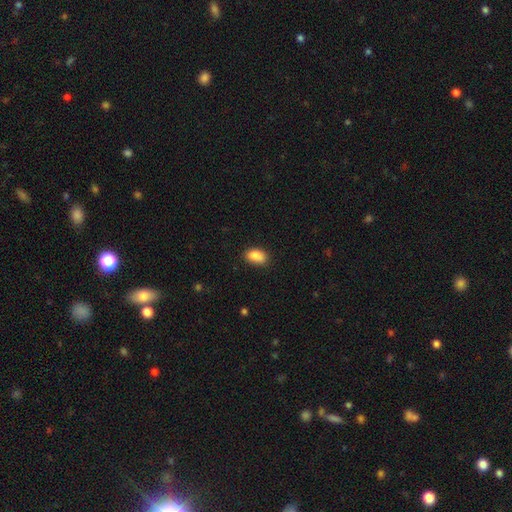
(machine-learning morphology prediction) A smooth galaxy with no disk features (88%) that is in between round and cigar-shaped (90%). Merging: none (78%).